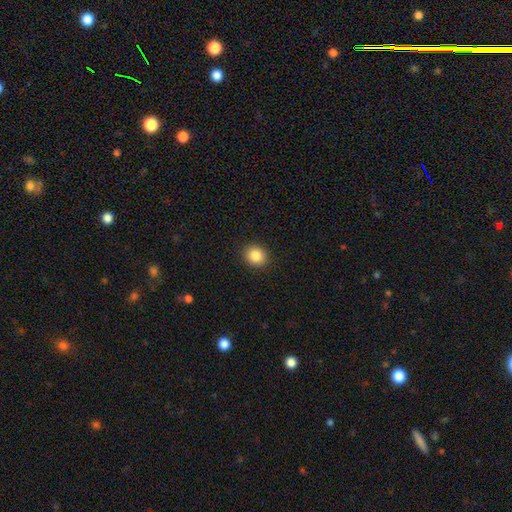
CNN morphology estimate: smooth 85%, star or artifact 10%, featured or disk 5%. Down the decision tree: how rounded — round (80%); merging — none (91%).